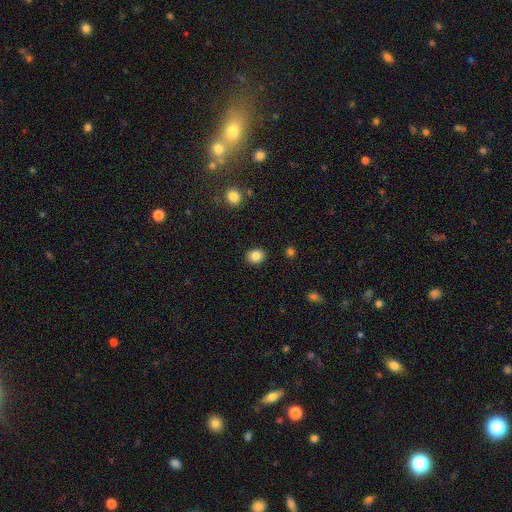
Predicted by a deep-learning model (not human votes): Smooth or featured? smooth (85%)
How rounded? round (63%)
Merging? none (90%)